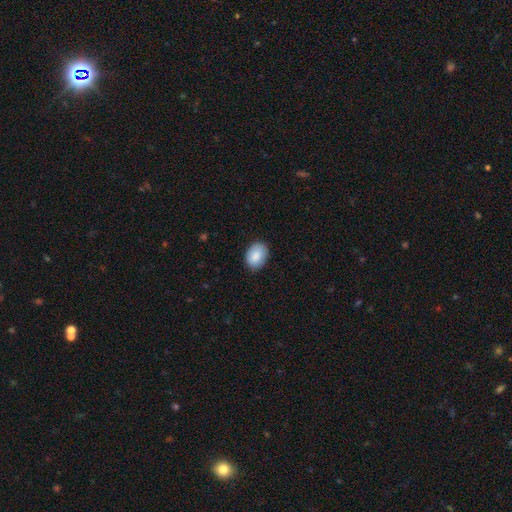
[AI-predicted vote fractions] This is clearly a smooth galaxy (87%). How rounded: likely in between (79%). Merging: clearly none (85%).